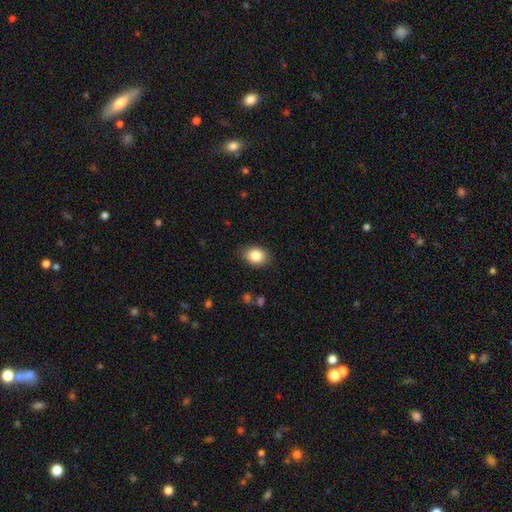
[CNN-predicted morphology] Smooth or featured? smooth (85%)
How rounded? in between (73%)
Merging? none (85%)